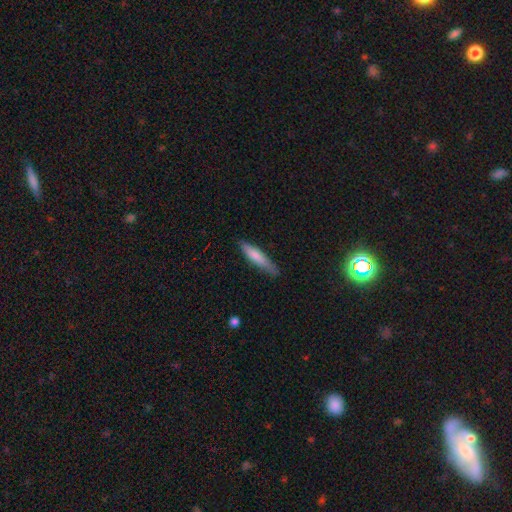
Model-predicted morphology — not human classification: Smooth or featured? Predicted: smooth (p=0.73). How rounded? Predicted: cigar-shaped (p=0.85). Merging? Predicted: none (p=0.77).